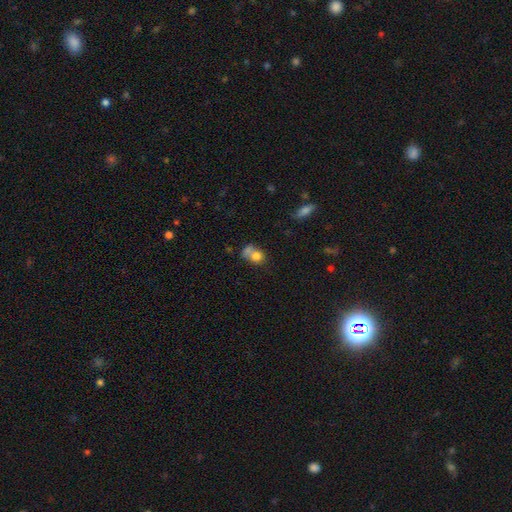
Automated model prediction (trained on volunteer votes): Smooth or featured? Predicted: smooth (p=0.76). How rounded? Predicted: round (p=0.61). Merging? Predicted: merger (p=0.55).